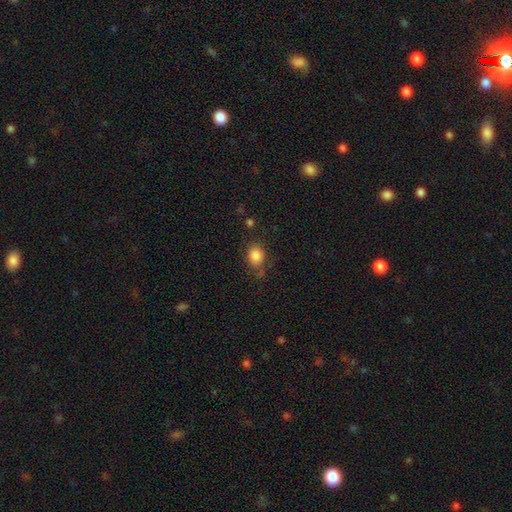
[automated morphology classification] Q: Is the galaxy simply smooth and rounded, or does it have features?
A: smooth — 84%.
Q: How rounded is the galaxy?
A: in between — 52%.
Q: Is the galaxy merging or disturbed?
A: none — 65%.